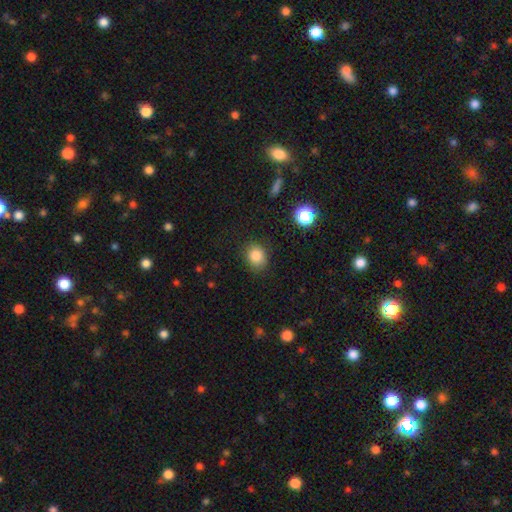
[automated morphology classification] A smooth galaxy with no disk features (84%) that is round (62%). Merging: none (84%).